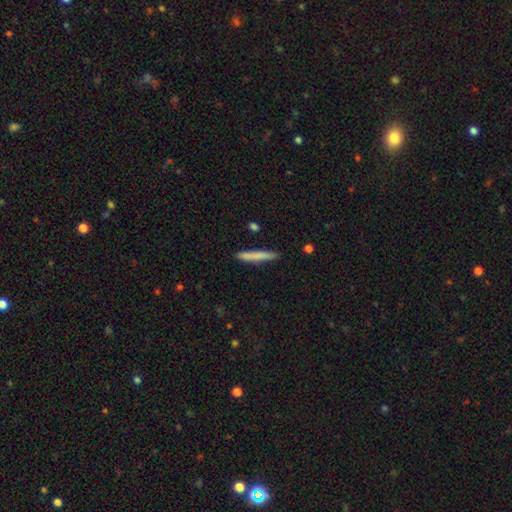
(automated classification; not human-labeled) smooth_or_featured: smooth (p=0.76) [alt: featured or disk p=0.18]
how_rounded: cigar-shaped (p=0.96) [alt: in between p=0.03]
merging: none (p=0.89) [alt: minor disturbance p=0.08]